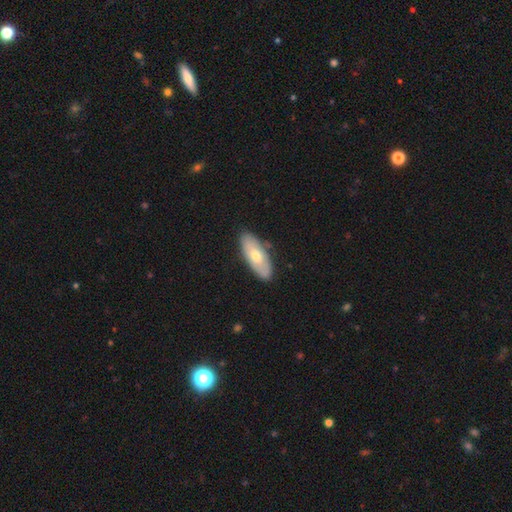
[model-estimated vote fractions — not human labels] Smooth or featured? smooth (57%)
How rounded? in between (81%)
Merging? none (82%)